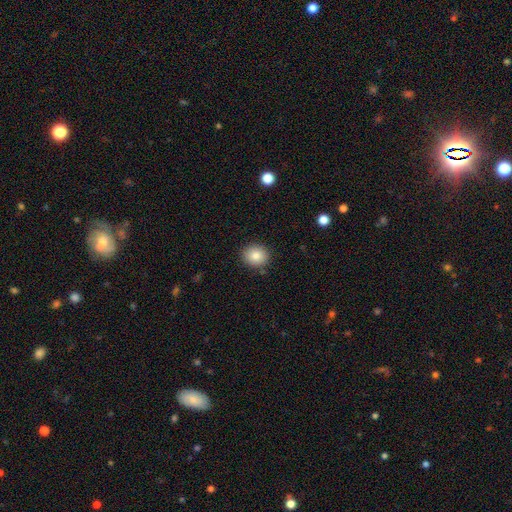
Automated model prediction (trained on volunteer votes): The model was most divided on "how rounded": round: 78%, in between: 21%, cigar-shaped: 1%. More confident: merging — none (88%); smooth or featured — smooth (83%).